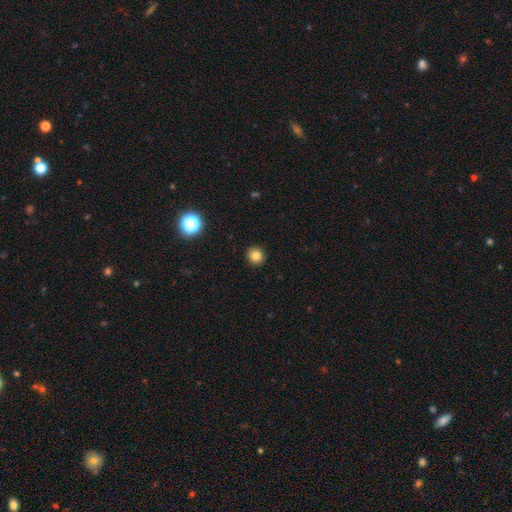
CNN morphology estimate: smooth_or_featured: smooth (p=0.82) [alt: star or artifact p=0.13]
how_rounded: round (p=0.87) [alt: in between p=0.12]
merging: none (p=0.92) [alt: minor disturbance p=0.05]